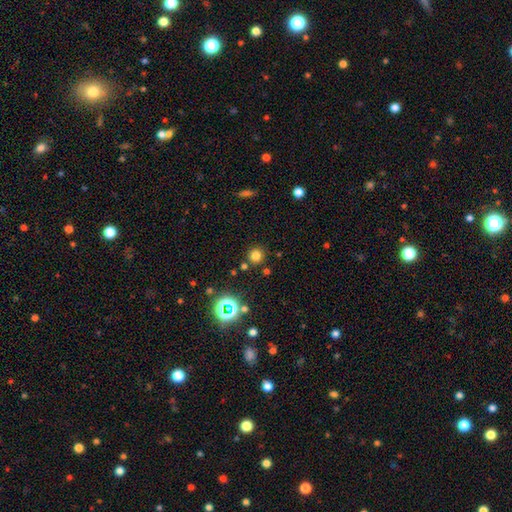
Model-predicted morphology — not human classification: The model was most divided on "smooth or featured": smooth: 74%, star or artifact: 20%, featured or disk: 6%. More confident: how rounded — round (94%); merging — none (85%).